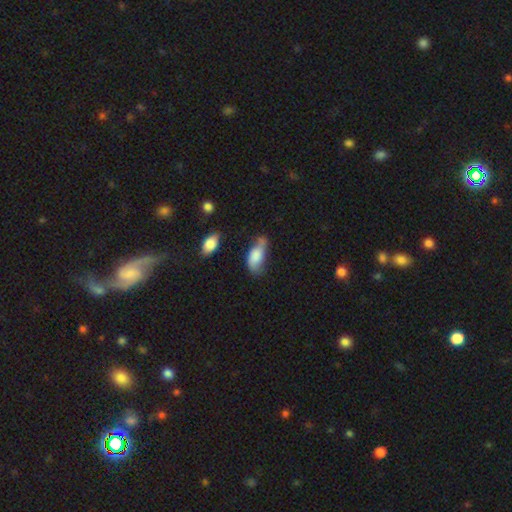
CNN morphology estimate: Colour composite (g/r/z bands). It shows a smooth galaxy with no disk features (67%) that is in between round and cigar-shaped (87%). Merging: none (38%).